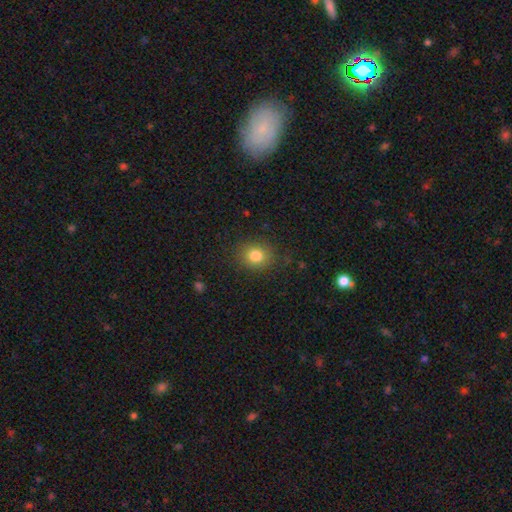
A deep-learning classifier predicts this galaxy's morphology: type=smooth (81%); roundness=round (72%); merging=none (86%).